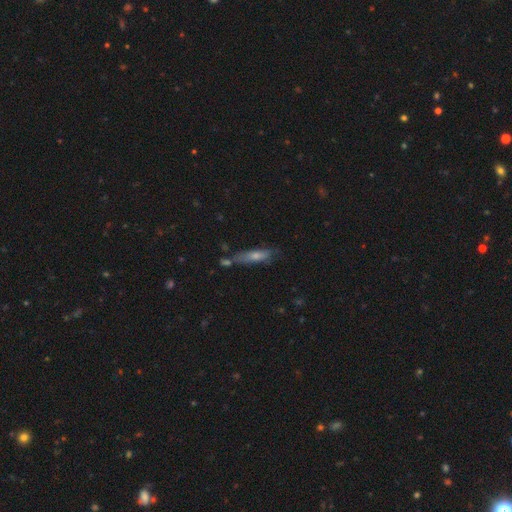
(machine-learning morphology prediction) The model was most divided on "smooth or featured": smooth: 50%, featured or disk: 40%, star or artifact: 10%. More confident: how rounded — cigar-shaped (78%); merging — none (66%).